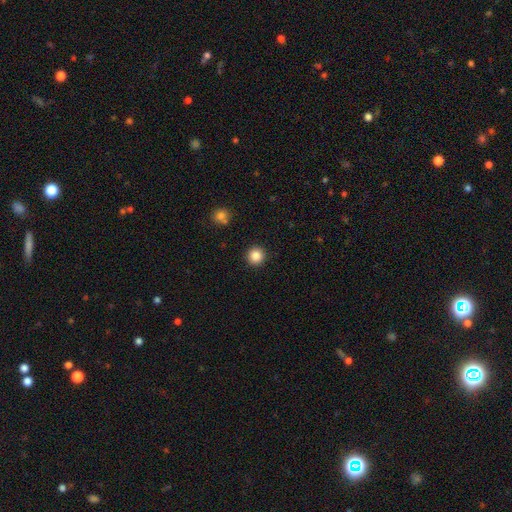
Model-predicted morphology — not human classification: The model was most divided on "smooth or featured": smooth: 86%, star or artifact: 10%, featured or disk: 4%. More confident: how rounded — round (95%); merging — none (92%).